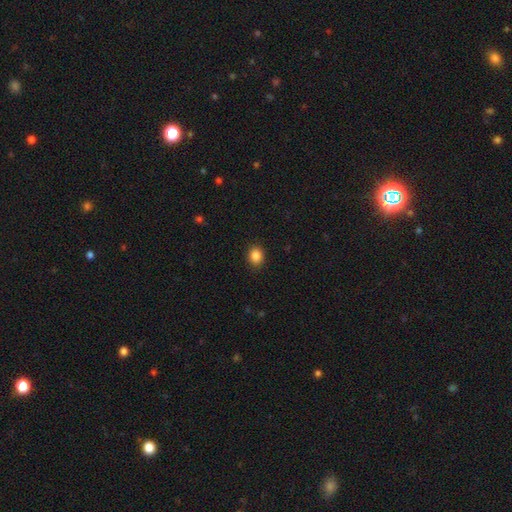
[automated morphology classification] smooth-or-featured: smooth: 86% | star or artifact: 10% | featured or disk: 4%
  how-rounded: round: 63% | in between: 36% | cigar-shaped: 1%
  merging: none: 90% | minor disturbance: 7% | major disturbance: 2% | merger: 1%